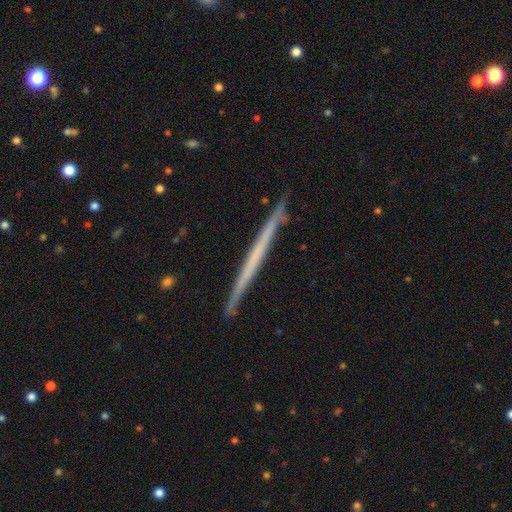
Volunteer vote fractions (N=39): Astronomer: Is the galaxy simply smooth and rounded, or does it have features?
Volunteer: featured or disk — 72%.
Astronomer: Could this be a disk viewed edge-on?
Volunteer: yes — 96%.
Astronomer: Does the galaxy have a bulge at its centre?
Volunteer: none — 96%.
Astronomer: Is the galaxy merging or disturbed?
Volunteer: none — 95%.